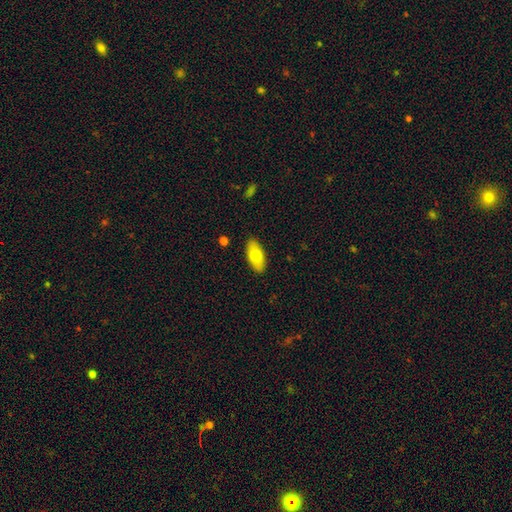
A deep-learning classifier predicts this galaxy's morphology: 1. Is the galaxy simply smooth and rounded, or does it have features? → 73% smooth, 21% featured or disk, 6% star or artifact.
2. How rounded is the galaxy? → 90% in between, 7% cigar-shaped, 3% round.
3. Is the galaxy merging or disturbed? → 89% none, 8% minor disturbance, 2% major disturbance, 1% merger.